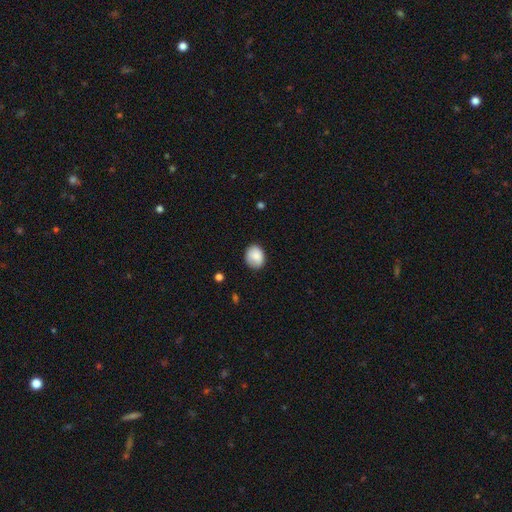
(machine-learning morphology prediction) type=smooth (85%); roundness=round (56%); merging=none (76%).